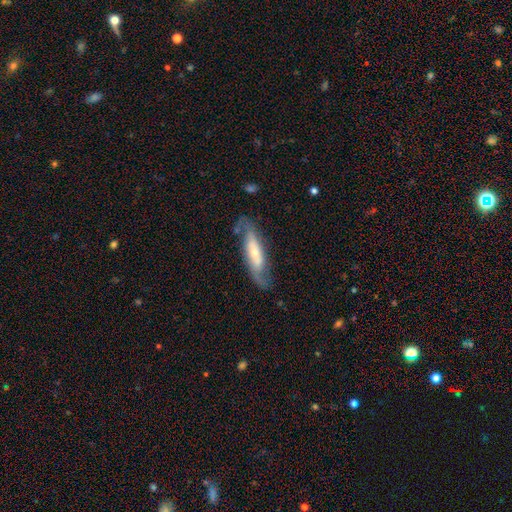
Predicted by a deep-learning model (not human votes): This appears to be a featured or disk galaxy (72%). Merging: none (75%).